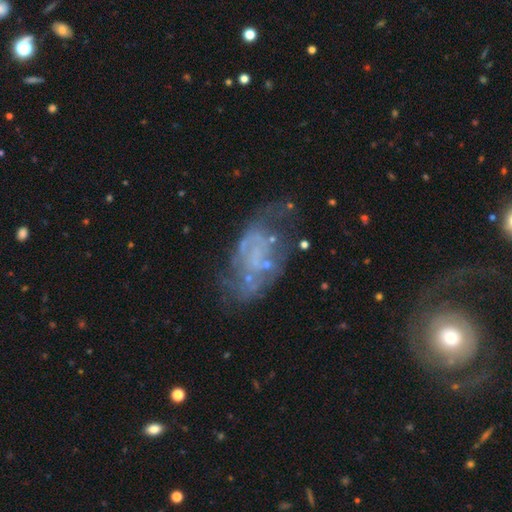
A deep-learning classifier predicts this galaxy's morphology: Smooth or featured?
  - featured or disk: 66% *
  - smooth: 21%
  - star or artifact: 13%
Edge-on disk?
  - no: 97% *
  - yes: 3%
Bar?
  - no: 81% *
  - weak: 14%
  - strong: 5%
Spiral arms?
  - no: 68% *
  - yes: 32%
Bulge size?
  - none: 76% *
  - small: 16%
  - moderate: 5%
  - large: 2%
  - dominant: 1%
Merging?
  - none: 42% *
  - major disturbance: 28%
  - minor disturbance: 22%
  - merger: 8%